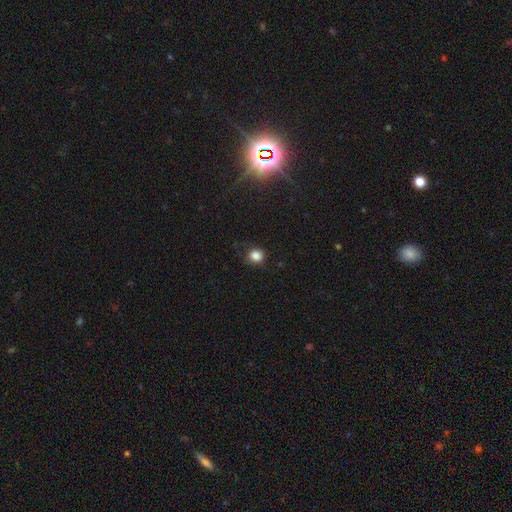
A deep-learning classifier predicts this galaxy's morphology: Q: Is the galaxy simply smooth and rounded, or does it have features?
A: smooth — 84%.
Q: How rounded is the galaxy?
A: round — 83%.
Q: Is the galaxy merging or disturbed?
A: none — 79%.